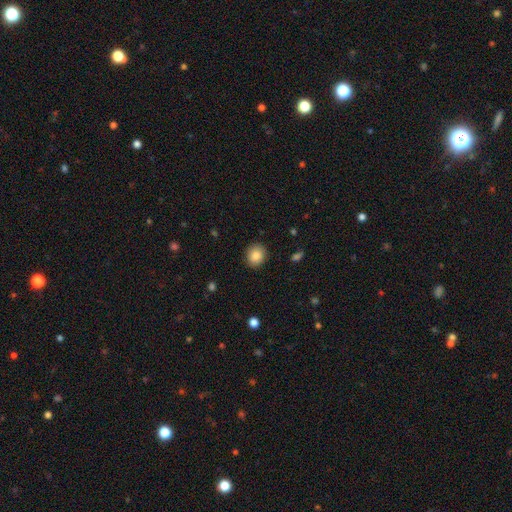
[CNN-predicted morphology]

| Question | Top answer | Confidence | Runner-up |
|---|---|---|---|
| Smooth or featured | smooth | 85% | star or artifact (9%) |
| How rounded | round | 76% | in between (23%) |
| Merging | none | 89% | minor disturbance (8%) |